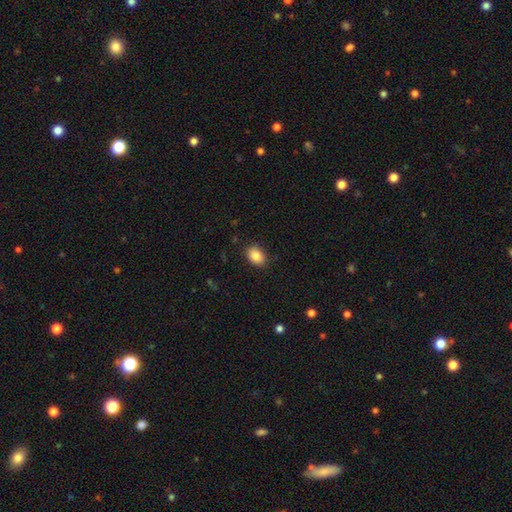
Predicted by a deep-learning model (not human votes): Smooth or featured?
  - smooth: 86% *
  - star or artifact: 8%
  - featured or disk: 6%
How rounded?
  - in between: 76% *
  - round: 23%
  - cigar-shaped: 1%
Merging?
  - none: 86% *
  - minor disturbance: 10%
  - major disturbance: 2%
  - merger: 1%